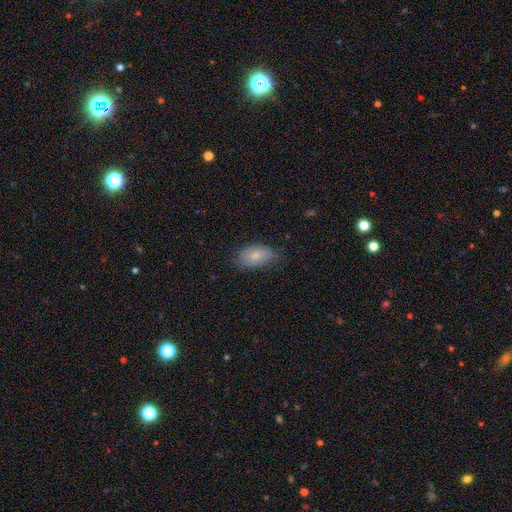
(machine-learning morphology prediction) Smooth or featured? smooth (80%)
How rounded? in between (92%)
Merging? none (64%)